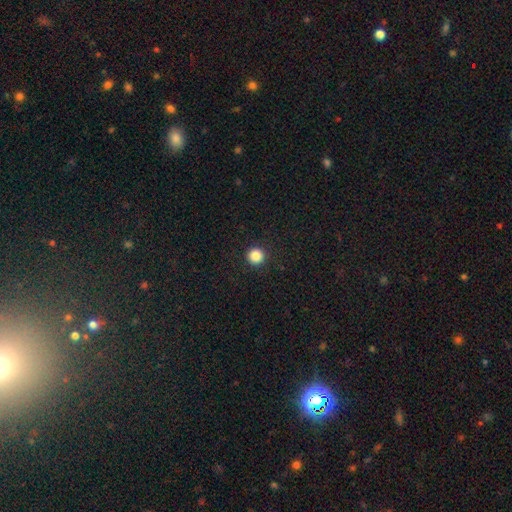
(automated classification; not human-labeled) smooth-or-featured: smooth: 86% | star or artifact: 11% | featured or disk: 3%
  how-rounded: round: 96% | in between: 3% | cigar-shaped: 1%
  merging: none: 93% | minor disturbance: 4% | major disturbance: 2% | merger: 1%